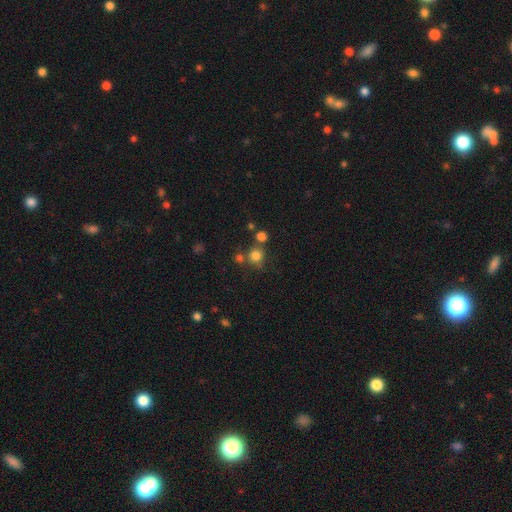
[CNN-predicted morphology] Smooth or featured? smooth (77%)
How rounded? round (90%)
Merging? none (68%)